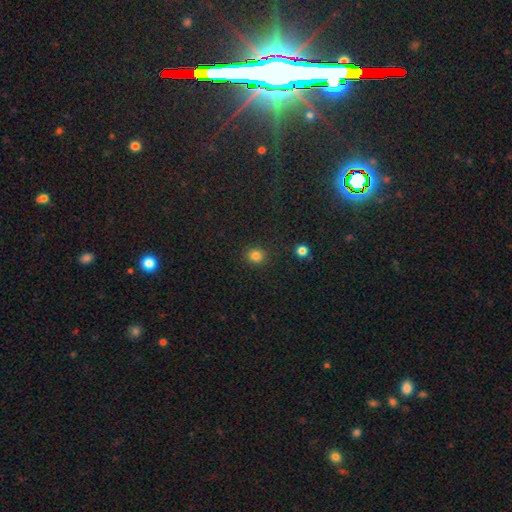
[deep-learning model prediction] Smooth or featured? Predicted: smooth (p=0.83). How rounded? Predicted: round (p=0.87). Merging? Predicted: none (p=0.89).